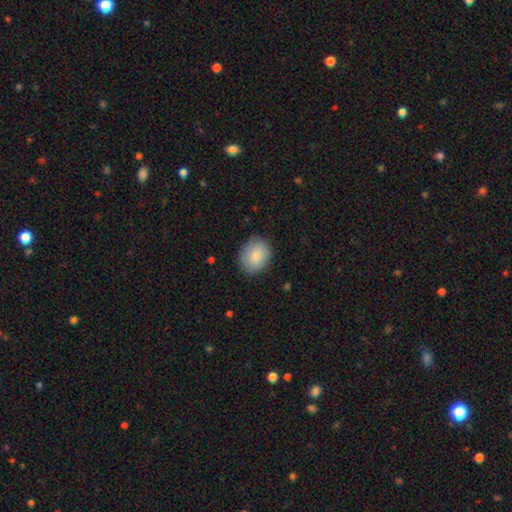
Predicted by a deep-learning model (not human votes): Smooth or featured? Predicted: smooth (p=0.86). How rounded? Predicted: round (p=0.54). Merging? Predicted: none (p=0.83).